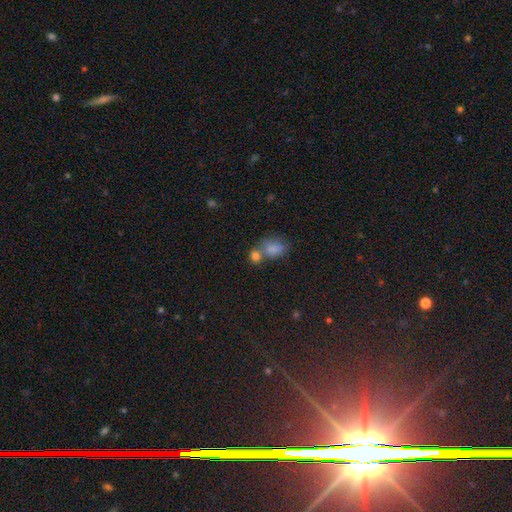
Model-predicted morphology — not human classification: This appears to be a smooth galaxy with no disk features (44%). Merging: none (52%).